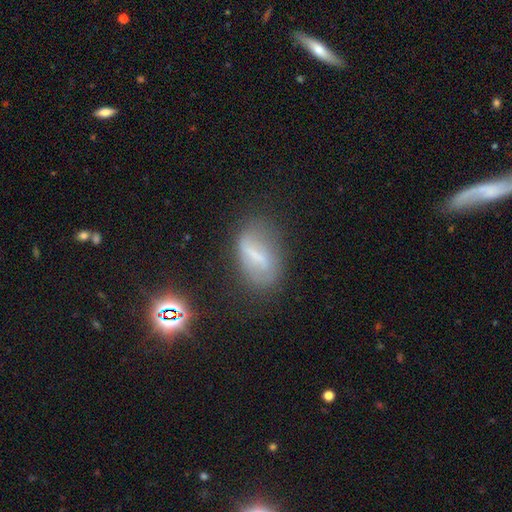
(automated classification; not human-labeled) featured or disk 49%, smooth 36%, star or artifact 15%. Down the decision tree: merging — none (62%).